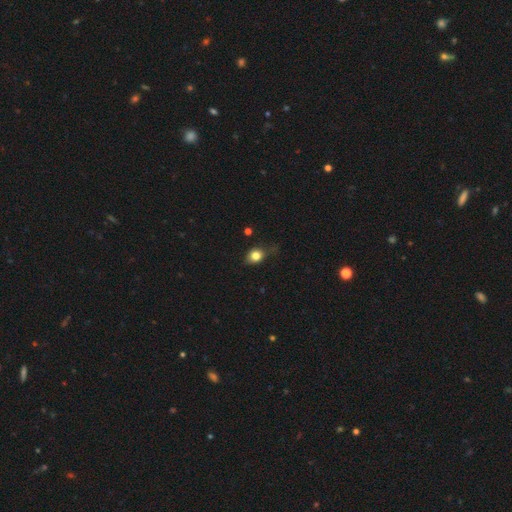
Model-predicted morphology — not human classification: type=smooth (80%); roundness=round (54%); merging=none (60%).